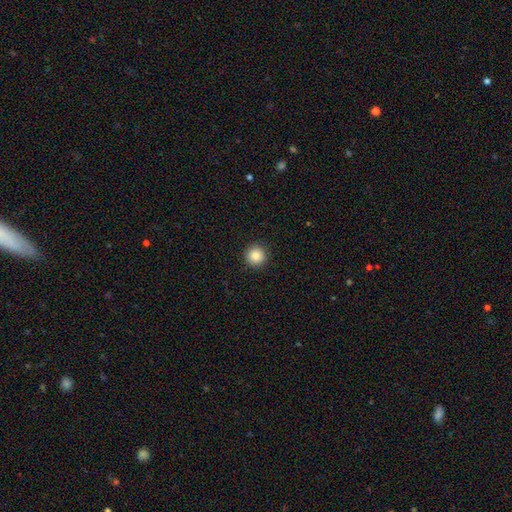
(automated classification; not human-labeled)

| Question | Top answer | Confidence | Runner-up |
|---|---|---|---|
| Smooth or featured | smooth | 86% | star or artifact (9%) |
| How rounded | round | 96% | in between (4%) |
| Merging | none | 92% | minor disturbance (5%) |